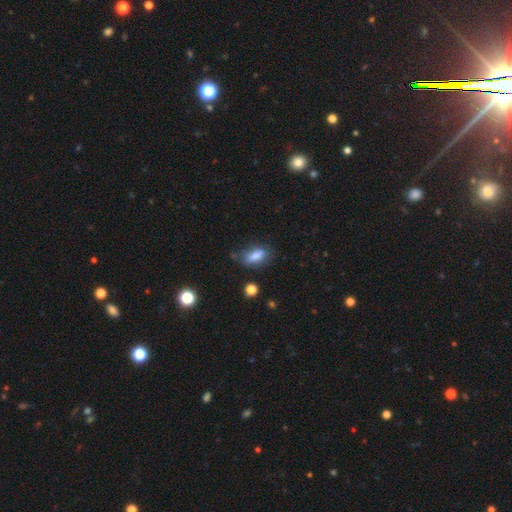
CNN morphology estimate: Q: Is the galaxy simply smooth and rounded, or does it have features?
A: smooth — 77%.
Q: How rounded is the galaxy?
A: in between — 82%.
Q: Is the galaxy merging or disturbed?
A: none — 59%.